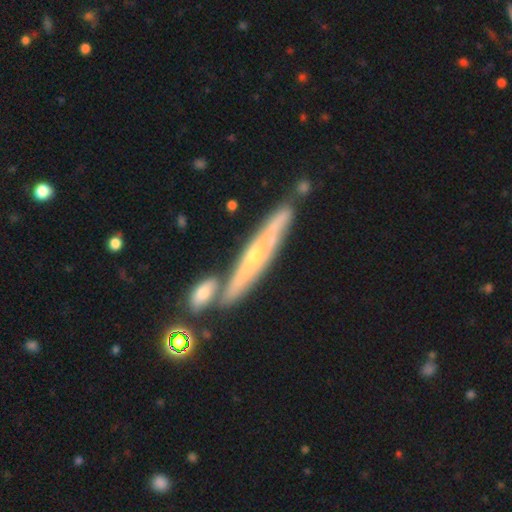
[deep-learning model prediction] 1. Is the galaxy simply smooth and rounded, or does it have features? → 74% featured or disk, 19% smooth, 6% star or artifact.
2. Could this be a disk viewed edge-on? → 85% yes, 15% no.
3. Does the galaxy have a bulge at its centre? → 68% rounded, 28% none, 4% boxy.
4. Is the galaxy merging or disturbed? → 70% none, 15% merger, 12% minor disturbance, 3% major disturbance.